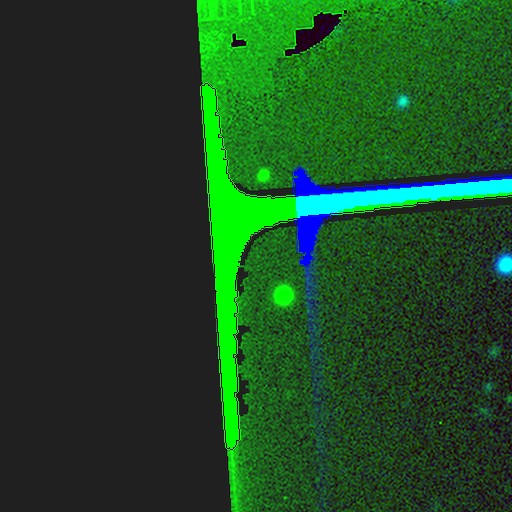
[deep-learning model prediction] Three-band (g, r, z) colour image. It shows a star or artifact, not a galaxy (89%).